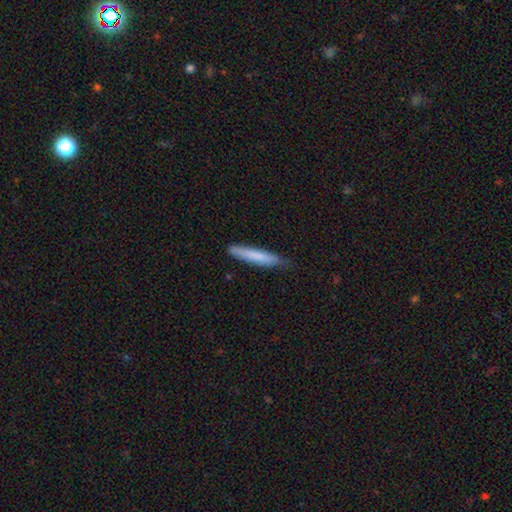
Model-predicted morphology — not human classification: Smooth or featured? Predicted: smooth (p=0.77). How rounded? Predicted: cigar-shaped (p=0.93). Merging? Predicted: none (p=0.79).